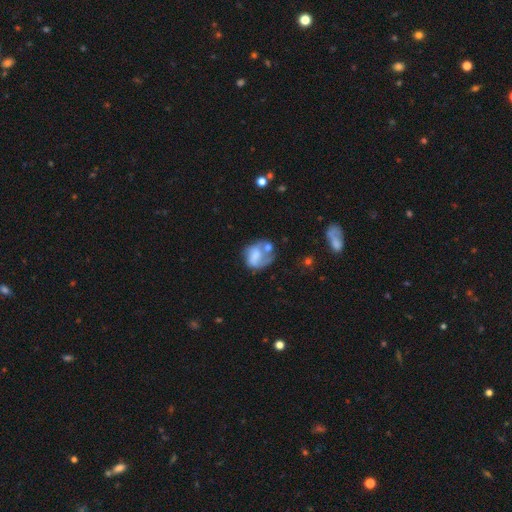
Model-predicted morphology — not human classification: This is possibly a smooth galaxy (51%). How rounded: possibly round (50%). Merging: marginally none (29%).